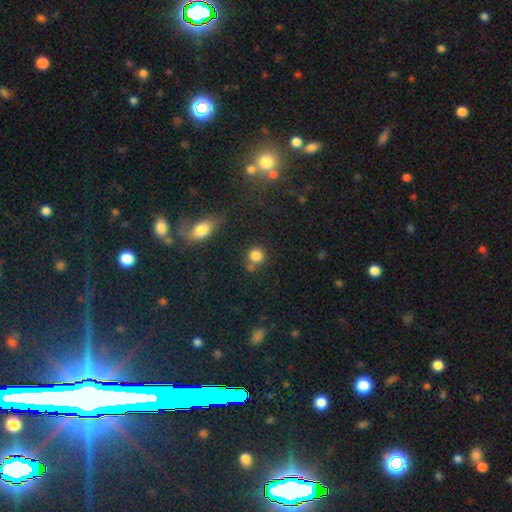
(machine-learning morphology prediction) A smooth galaxy with no disk features (82%) that is round (87%). Merging: none (69%).